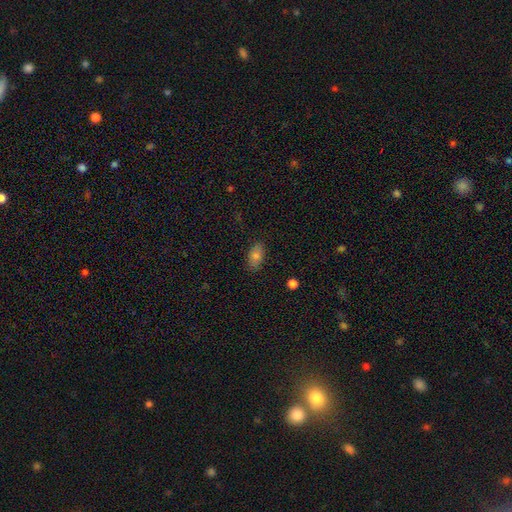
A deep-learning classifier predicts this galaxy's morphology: Q: Smooth or featured?
A: smooth (77%); runner-up: featured or disk (13%)
Q: How rounded?
A: in between (89%); runner-up: round (6%)
Q: Merging?
A: none (85%); runner-up: minor disturbance (12%)